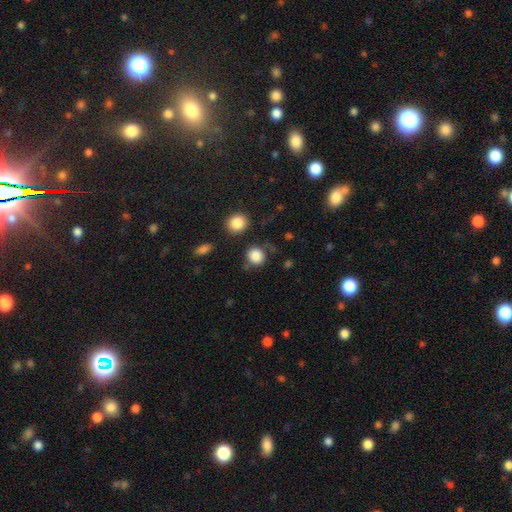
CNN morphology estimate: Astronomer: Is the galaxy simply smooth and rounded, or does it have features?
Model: smooth — 86%.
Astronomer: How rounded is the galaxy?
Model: round — 85%.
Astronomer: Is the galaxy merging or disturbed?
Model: none — 73%.